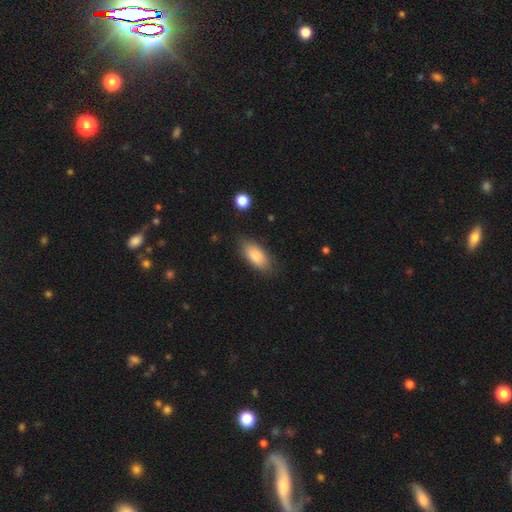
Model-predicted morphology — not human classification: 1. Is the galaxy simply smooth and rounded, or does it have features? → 85% smooth, 9% featured or disk, 6% star or artifact.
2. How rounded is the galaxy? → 87% in between, 10% cigar-shaped, 3% round.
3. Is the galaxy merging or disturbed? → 81% none, 14% minor disturbance, 3% major disturbance, 2% merger.